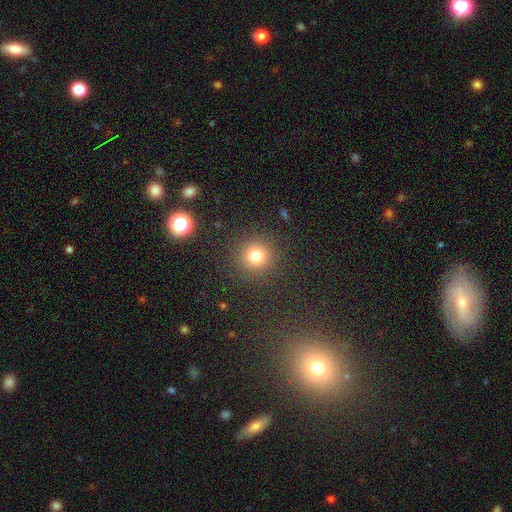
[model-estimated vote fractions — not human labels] Smooth or featured?
  - smooth: 78% *
  - star or artifact: 16%
  - featured or disk: 6%
How rounded?
  - round: 93% *
  - in between: 6%
  - cigar-shaped: 1%
Merging?
  - none: 89% *
  - minor disturbance: 6%
  - major disturbance: 3%
  - merger: 2%